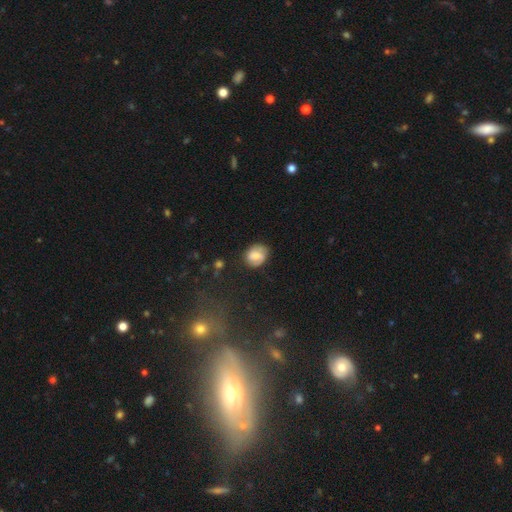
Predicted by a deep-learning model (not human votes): This appears to be a smooth galaxy with no disk features (65%) that is round (55%). Merging: none (73%).